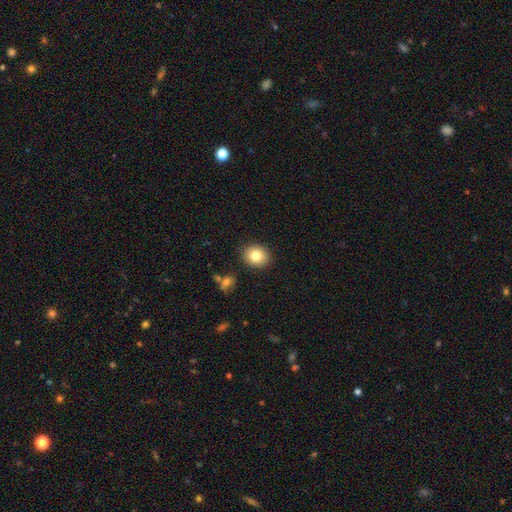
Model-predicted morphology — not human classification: smooth_or_featured: smooth (p=0.80) [alt: featured or disk p=0.10]
how_rounded: round (p=0.68) [alt: in between p=0.32]
merging: none (p=0.88) [alt: minor disturbance p=0.08]